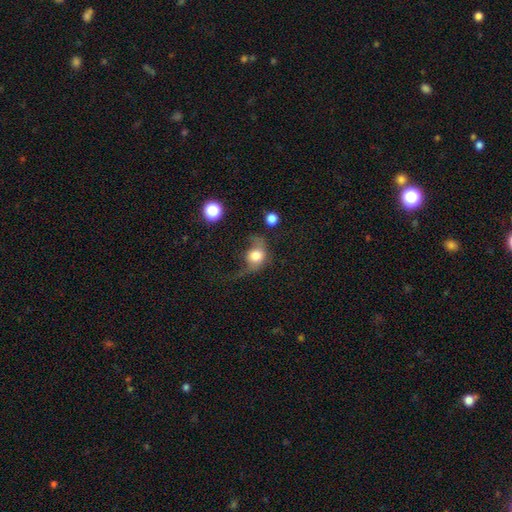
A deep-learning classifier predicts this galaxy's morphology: smooth-or-featured: smooth: 67% | featured or disk: 24% | star or artifact: 9%
  how-rounded: round: 60% | in between: 38% | cigar-shaped: 2%
  merging: major disturbance: 48% | none: 24% | minor disturbance: 21% | merger: 6%